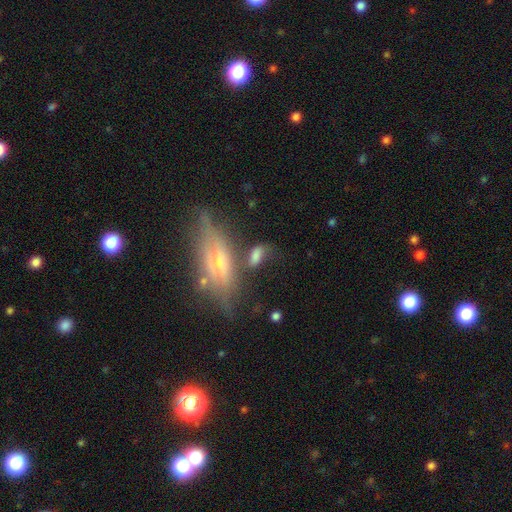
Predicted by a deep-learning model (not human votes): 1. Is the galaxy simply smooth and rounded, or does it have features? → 55% smooth, 33% featured or disk, 12% star or artifact.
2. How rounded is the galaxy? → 78% in between, 14% cigar-shaped, 8% round.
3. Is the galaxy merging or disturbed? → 44% none, 23% minor disturbance, 18% merger, 15% major disturbance.